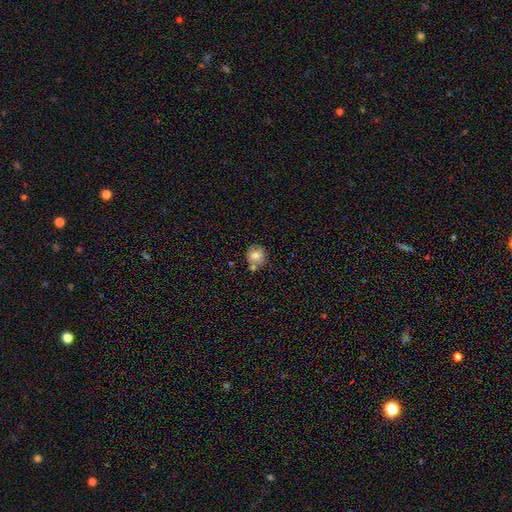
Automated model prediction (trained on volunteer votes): Overall: smooth (67%). How rounded: round (81%). Merging: none (59%).